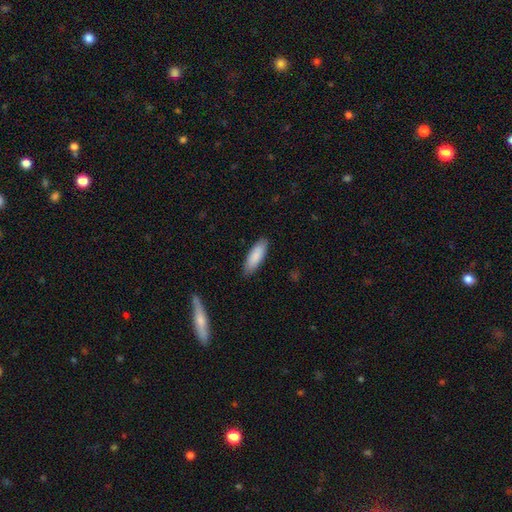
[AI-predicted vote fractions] smooth 87%, featured or disk 7%, star or artifact 5%. Down the decision tree: how rounded — in between (58%); merging — none (87%).